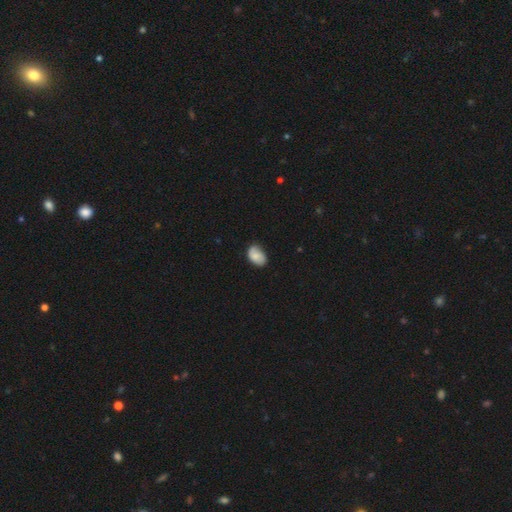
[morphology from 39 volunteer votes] type=smooth (87%); roundness=in between (82%); merging=none (68%).